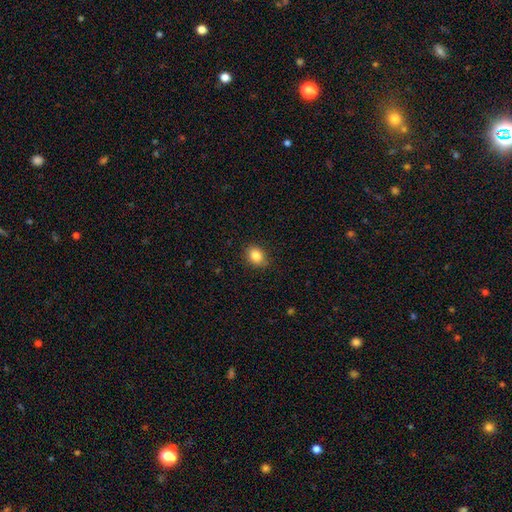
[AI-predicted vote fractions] Q: Smooth or featured?
A: smooth (84%); runner-up: star or artifact (9%)
Q: How rounded?
A: in between (56%); runner-up: round (43%)
Q: Merging?
A: none (85%); runner-up: minor disturbance (12%)